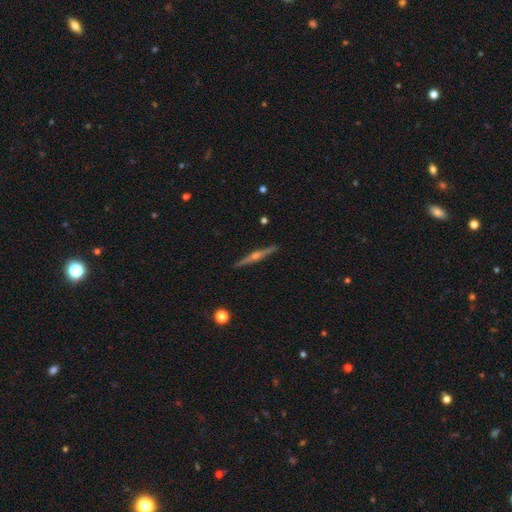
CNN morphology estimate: This is clearly a featured or disk galaxy (83%). It is clearly viewed edge-on (98%). Edge-on bulge: clearly rounded (90%). Merging: clearly none (92%).